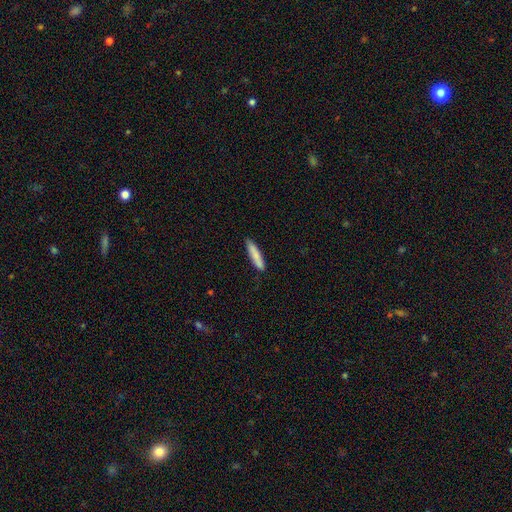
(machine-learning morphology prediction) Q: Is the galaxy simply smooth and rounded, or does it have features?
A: smooth — 83%.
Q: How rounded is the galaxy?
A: cigar-shaped — 85%.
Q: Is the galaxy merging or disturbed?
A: none — 85%.